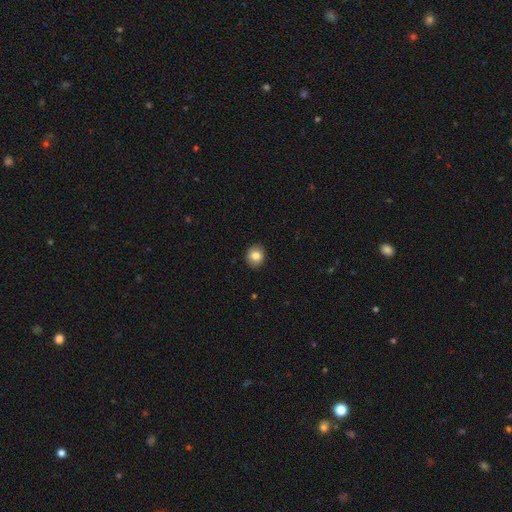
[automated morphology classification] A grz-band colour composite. It shows a smooth galaxy with no disk features (82%) that is round (82%). Merging: none (91%).